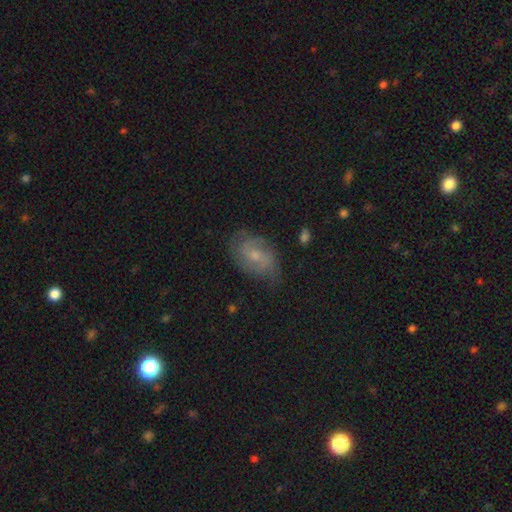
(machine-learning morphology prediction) featured or disk 63%, smooth 28%, star or artifact 9%. Down the decision tree: edge-on disk — no (96%); bar — no (53%); spiral arms — yes (88%); spiral arm count — 2 (55%); spiral winding — medium (43%); bulge size — small (55%); merging — none (67%).